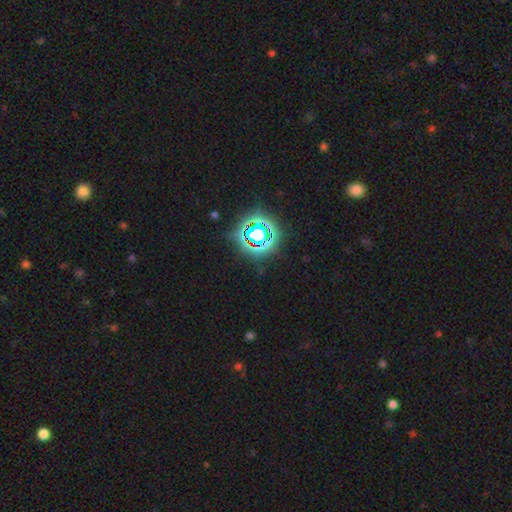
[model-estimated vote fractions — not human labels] star or artifact 82%, smooth 12%, featured or disk 6%.